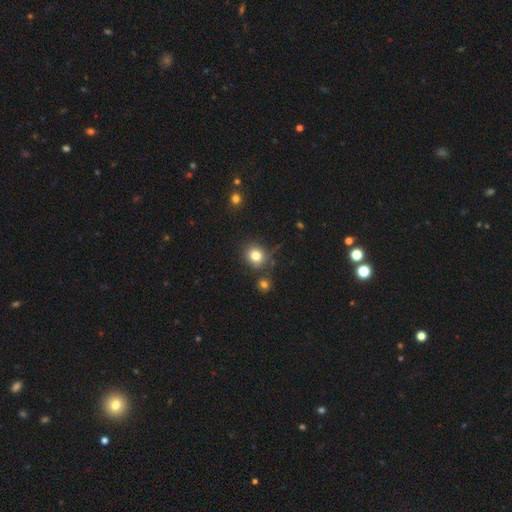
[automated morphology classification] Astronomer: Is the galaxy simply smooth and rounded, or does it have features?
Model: smooth — 80%.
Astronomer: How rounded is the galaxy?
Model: round — 82%.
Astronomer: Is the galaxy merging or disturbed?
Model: none — 77%.